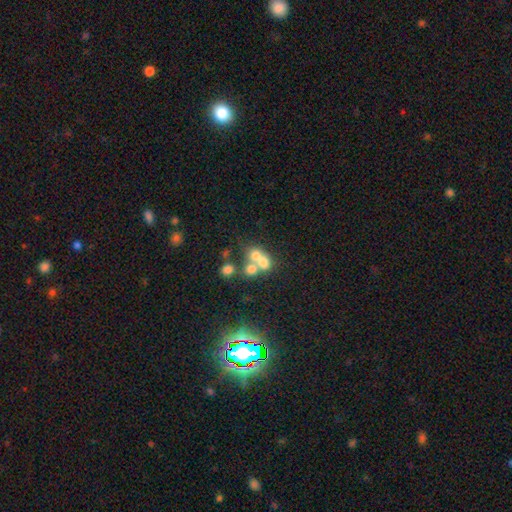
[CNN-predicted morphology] A smooth galaxy with no disk features (58%) that is round (68%). Merging: merger (61%).